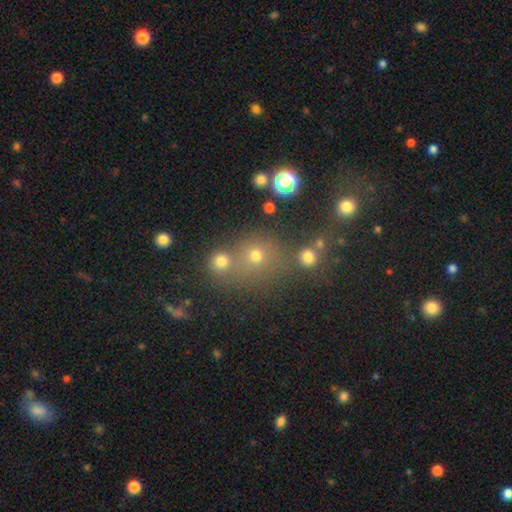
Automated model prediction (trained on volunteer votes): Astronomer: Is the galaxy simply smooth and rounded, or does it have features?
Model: smooth — 66%.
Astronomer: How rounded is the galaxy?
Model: round — 85%.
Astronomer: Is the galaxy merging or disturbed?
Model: none — 59%.